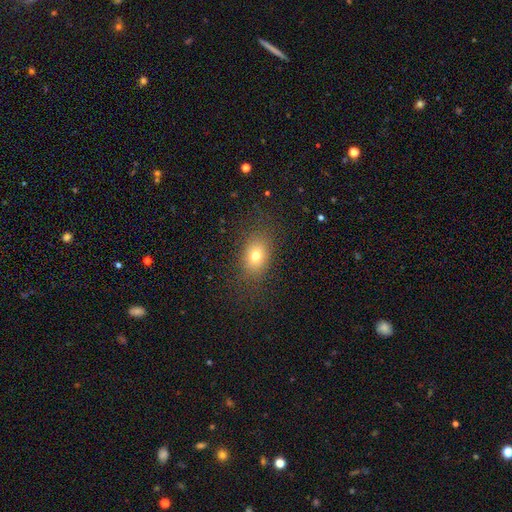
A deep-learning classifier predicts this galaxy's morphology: Smooth or featured: smooth — 75% (star or artifact — 13%)
How rounded: in between — 71% (round — 28%)
Merging: none — 81% (minor disturbance — 11%)